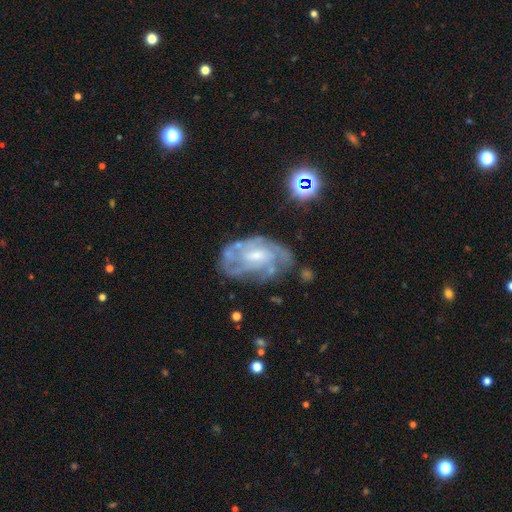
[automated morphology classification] type=featured or disk (78%); edge-on=no (96%); bar=weak (46%); spiral arms=yes (82%); winding=tight (52%); arm count=can't tell (50%); bulge=small (45%); merging=none (59%).